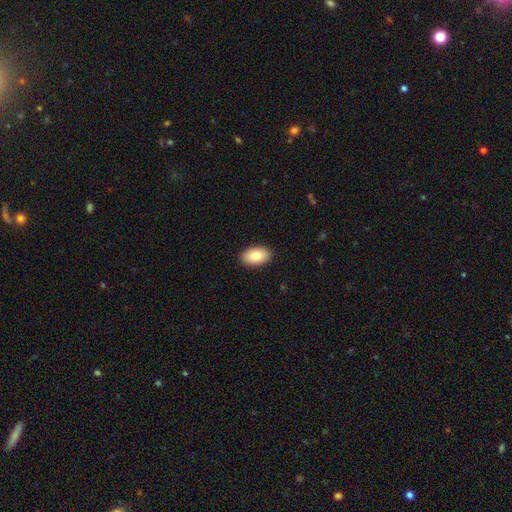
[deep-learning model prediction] Overall: smooth (84%). How rounded: in between (93%). Merging: none (90%).